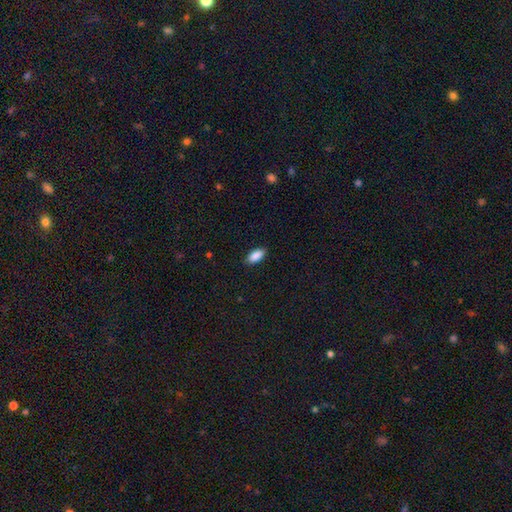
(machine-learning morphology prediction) smooth_or_featured: smooth (p=0.89) [alt: star or artifact p=0.07]
how_rounded: in between (p=0.89) [alt: cigar-shaped p=0.08]
merging: none (p=0.88) [alt: minor disturbance p=0.09]